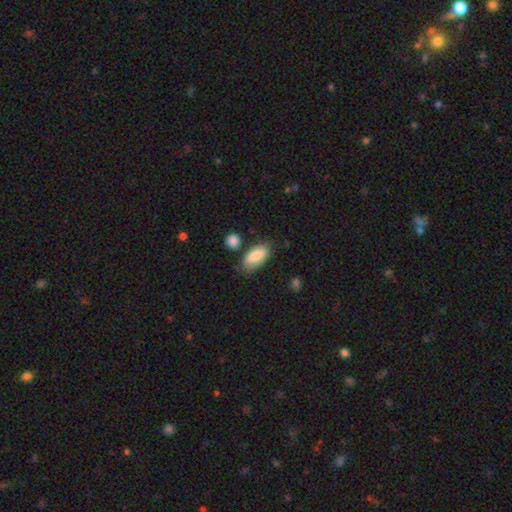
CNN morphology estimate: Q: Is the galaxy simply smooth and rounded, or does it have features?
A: smooth — 85%.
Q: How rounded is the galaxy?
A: in between — 87%.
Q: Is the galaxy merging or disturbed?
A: none — 67%.